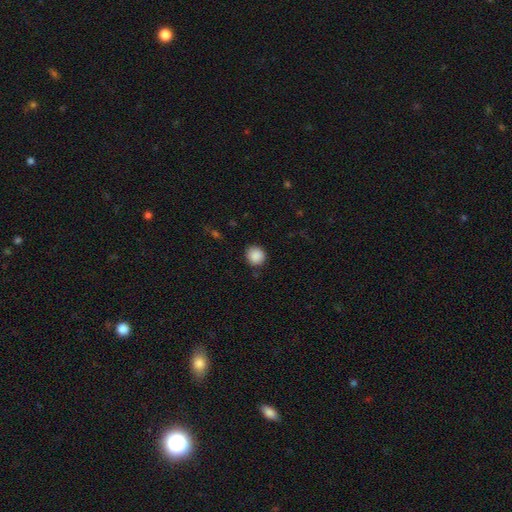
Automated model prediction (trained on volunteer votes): Smooth or featured? smooth (89%)
How rounded? round (89%)
Merging? none (86%)